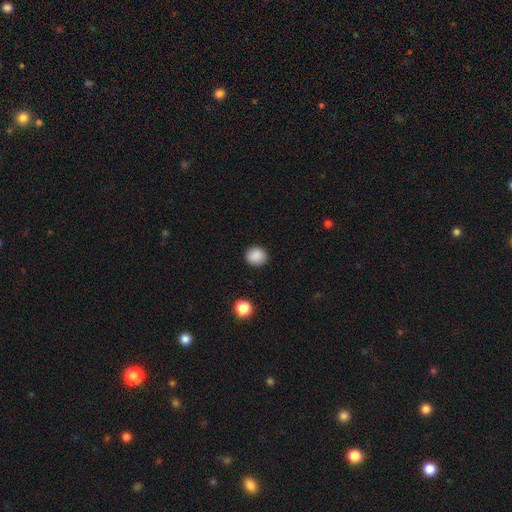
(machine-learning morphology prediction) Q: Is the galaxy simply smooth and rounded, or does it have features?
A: smooth — 88%.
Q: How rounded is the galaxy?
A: round — 78%.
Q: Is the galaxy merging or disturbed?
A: none — 89%.